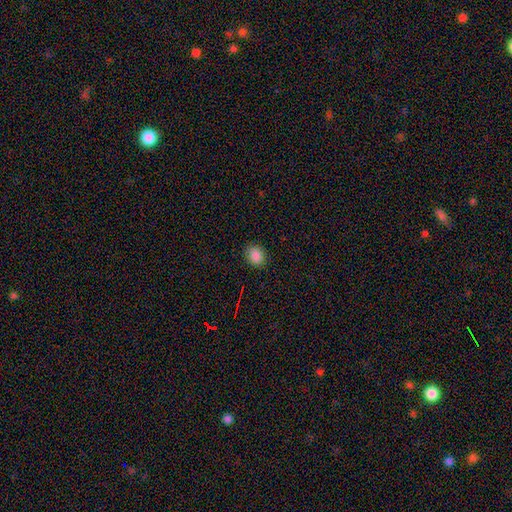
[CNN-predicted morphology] A smooth galaxy with no disk features (86%) that is round (59%). Merging: none (88%).